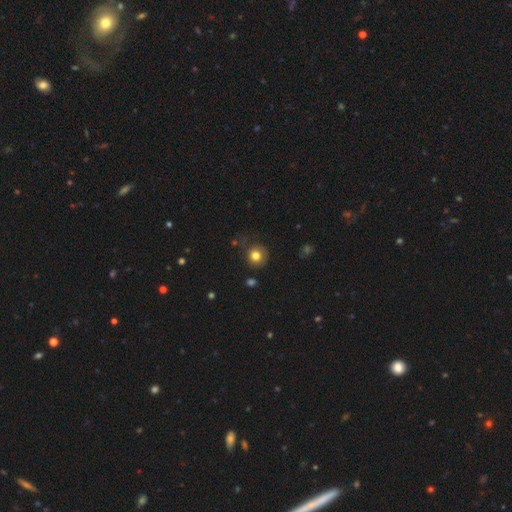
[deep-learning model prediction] Q: Smooth or featured?
A: smooth (78%); runner-up: star or artifact (11%)
Q: How rounded?
A: round (89%); runner-up: in between (10%)
Q: Merging?
A: none (74%); runner-up: minor disturbance (17%)